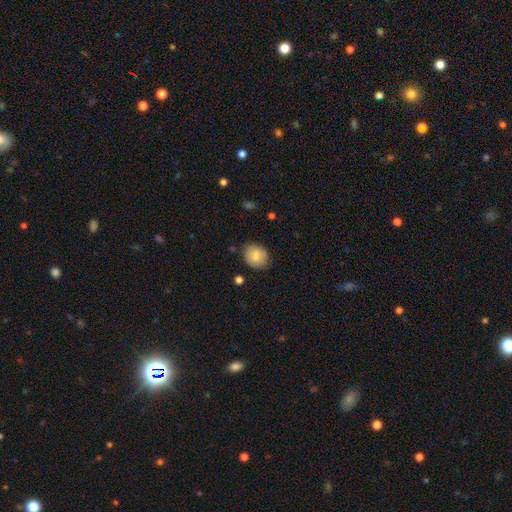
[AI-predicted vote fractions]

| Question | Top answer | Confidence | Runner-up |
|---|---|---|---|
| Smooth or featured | smooth | 81% | featured or disk (12%) |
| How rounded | round | 58% | in between (41%) |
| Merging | none | 82% | minor disturbance (14%) |